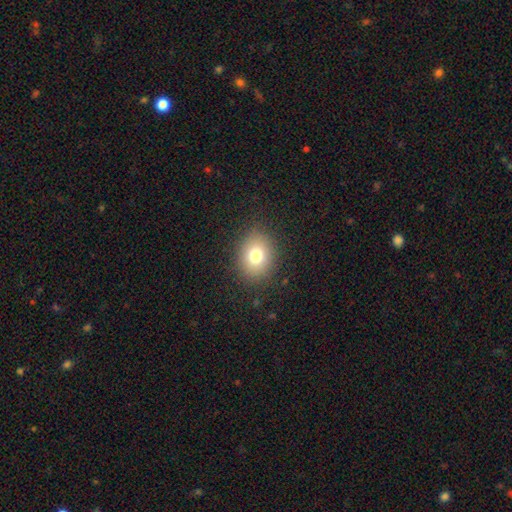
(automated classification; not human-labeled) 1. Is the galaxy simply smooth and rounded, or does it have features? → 76% smooth, 13% star or artifact, 11% featured or disk.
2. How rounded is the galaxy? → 54% round, 45% in between, 1% cigar-shaped.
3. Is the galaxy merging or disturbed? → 87% none, 9% minor disturbance, 3% major disturbance, 1% merger.